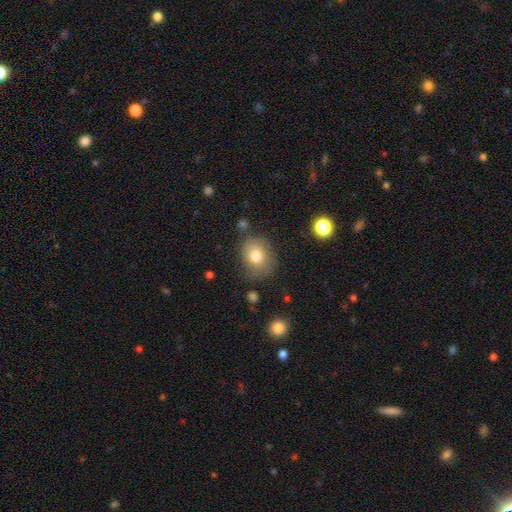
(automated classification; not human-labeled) Overall: smooth (78%). How rounded: round (50%; in between 49%). Merging: none (67%).